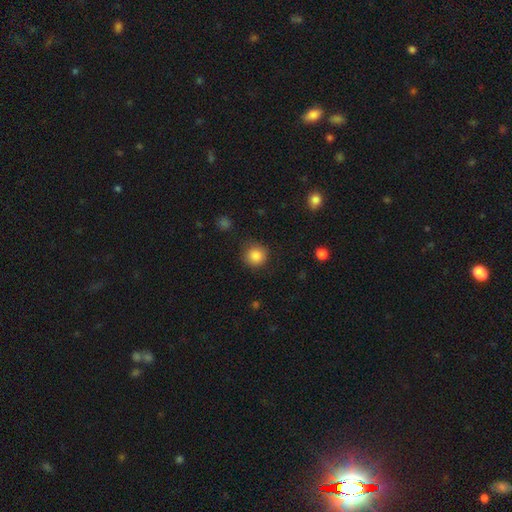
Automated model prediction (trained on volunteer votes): Q: Smooth or featured?
A: smooth (86%); runner-up: star or artifact (10%)
Q: How rounded?
A: round (93%); runner-up: in between (6%)
Q: Merging?
A: none (84%); runner-up: minor disturbance (11%)